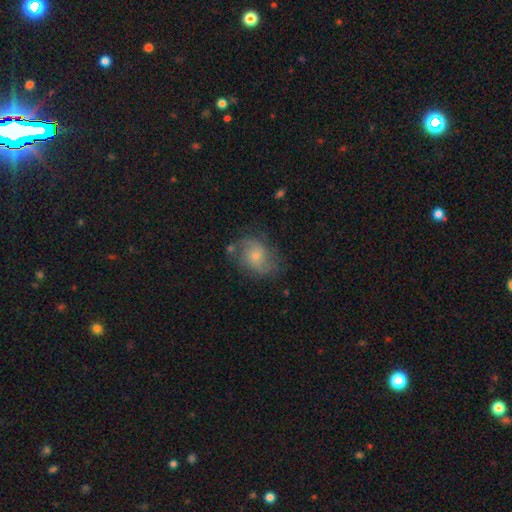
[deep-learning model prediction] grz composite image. It shows a featured or disk galaxy (57%) with no bar (70%), spiral arms (84%) and a small central bulge (59%). Merging: none (68%).